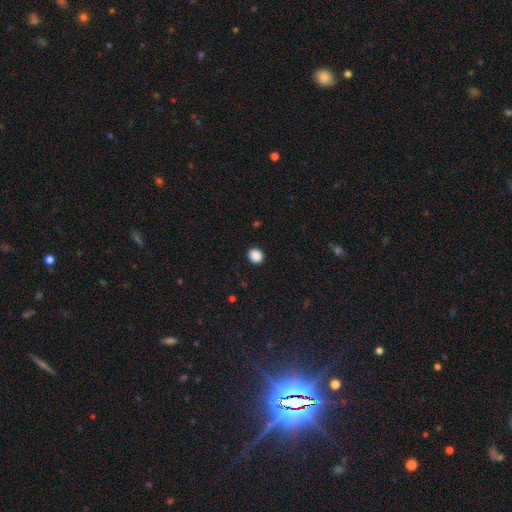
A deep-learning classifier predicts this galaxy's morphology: Smooth or featured?
  - smooth: 89% *
  - star or artifact: 9%
  - featured or disk: 2%
How rounded?
  - round: 77% *
  - in between: 22%
  - cigar-shaped: 1%
Merging?
  - none: 92% *
  - minor disturbance: 5%
  - major disturbance: 2%
  - merger: 1%